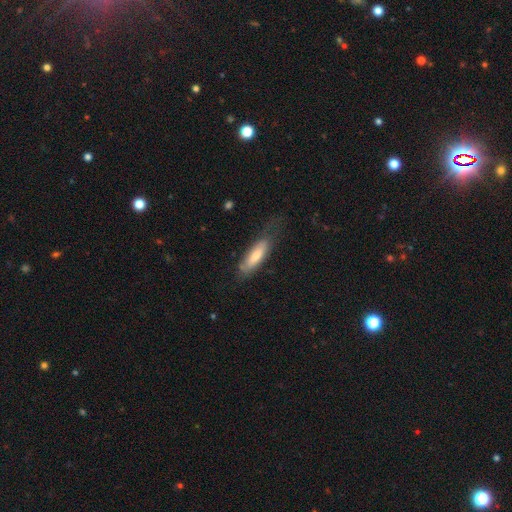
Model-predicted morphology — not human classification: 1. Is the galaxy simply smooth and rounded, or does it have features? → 63% smooth, 29% featured or disk, 8% star or artifact.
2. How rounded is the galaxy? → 61% cigar-shaped, 37% in between, 2% round.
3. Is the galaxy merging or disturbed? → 58% none, 27% minor disturbance, 14% major disturbance, 2% merger.